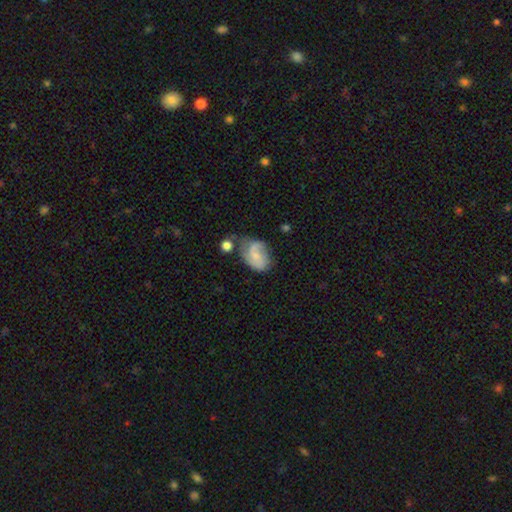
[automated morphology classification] Smooth or featured? featured or disk (53%)
Edge-on disk? no (97%)
Bar? no (57%)
Spiral arms? yes (82%)
Bulge size? small (54%)
Merging? none (39%)